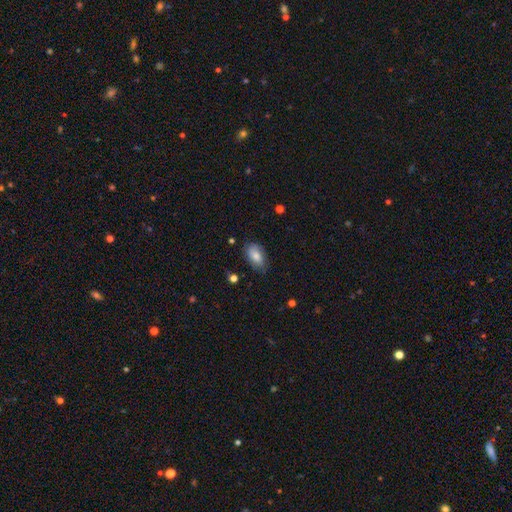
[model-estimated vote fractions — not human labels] smooth 78%, featured or disk 15%, star or artifact 7%. Down the decision tree: how rounded — in between (92%); merging — none (74%).